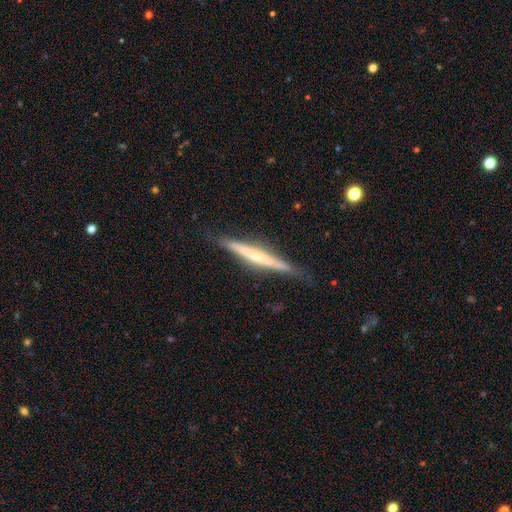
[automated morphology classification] type=featured or disk (65%); edge-on=yes (96%); edge-on bulge=none (50%); merging=none (80%).